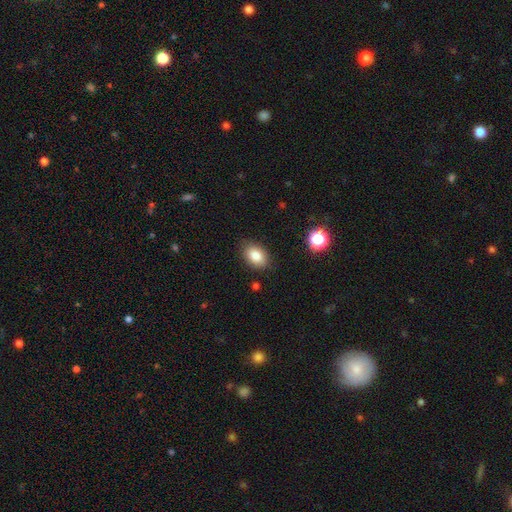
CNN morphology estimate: Smooth or featured?
  - smooth: 84% *
  - star or artifact: 9%
  - featured or disk: 7%
How rounded?
  - in between: 82% *
  - round: 17%
  - cigar-shaped: 1%
Merging?
  - none: 85% *
  - minor disturbance: 11%
  - major disturbance: 3%
  - merger: 2%